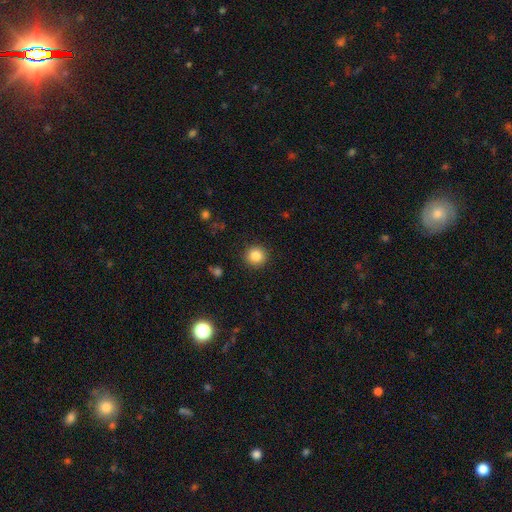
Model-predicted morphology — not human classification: Overall: smooth (85%). How rounded: round (93%). Merging: none (92%).